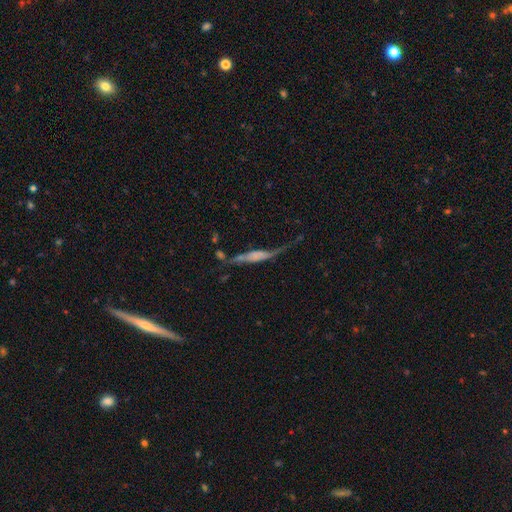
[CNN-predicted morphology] Smooth or featured? Predicted: featured or disk (p=0.60). Edge-on disk? Predicted: yes (p=0.72). Merging? Predicted: none (p=0.36).